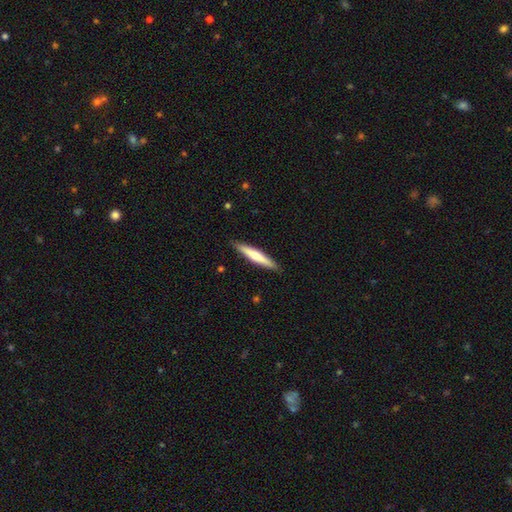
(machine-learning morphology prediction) Q: Smooth or featured?
A: smooth (54%); runner-up: featured or disk (41%)
Q: How rounded?
A: cigar-shaped (92%); runner-up: in between (7%)
Q: Merging?
A: none (90%); runner-up: minor disturbance (8%)